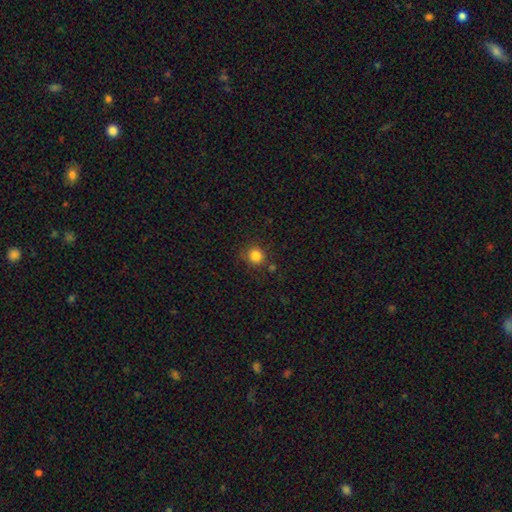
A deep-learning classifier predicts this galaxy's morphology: type=smooth (83%); roundness=round (90%); merging=none (80%).